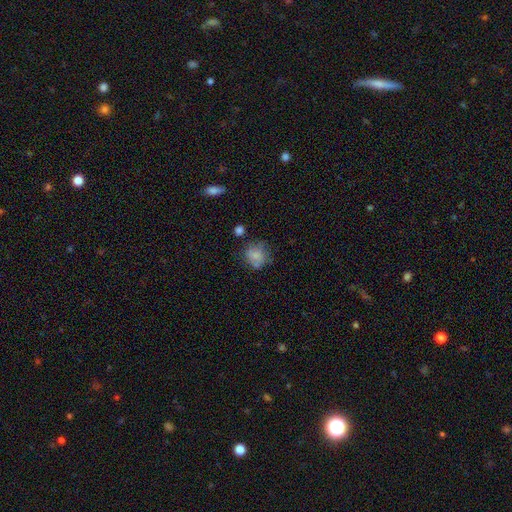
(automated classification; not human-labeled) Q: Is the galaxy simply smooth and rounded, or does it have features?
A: smooth — 72%.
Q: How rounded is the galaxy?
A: round — 72%.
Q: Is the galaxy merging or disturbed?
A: none — 54%.